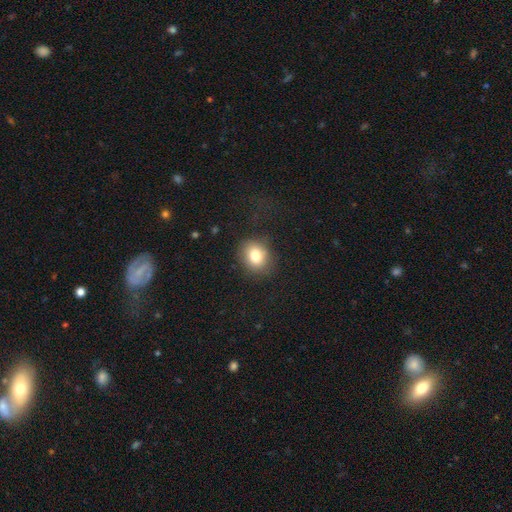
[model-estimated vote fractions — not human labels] This is clearly a smooth galaxy (80%). How rounded: possibly round (58%). Merging: likely none (80%).